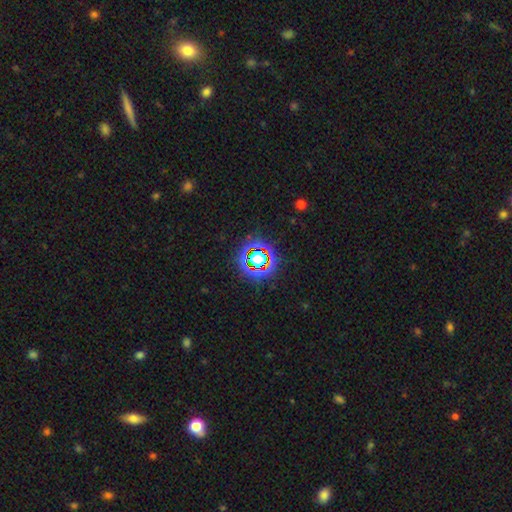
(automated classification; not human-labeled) A star or artifact, not a galaxy (66%).